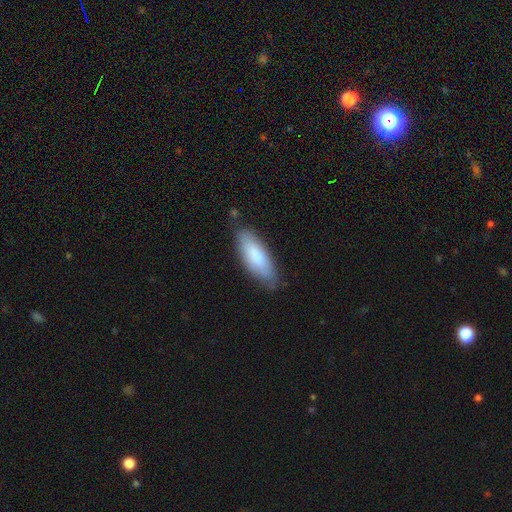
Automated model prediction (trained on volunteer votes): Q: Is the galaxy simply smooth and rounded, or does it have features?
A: smooth — 81%.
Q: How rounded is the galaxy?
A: in between — 68%.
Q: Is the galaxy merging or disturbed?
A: none — 75%.